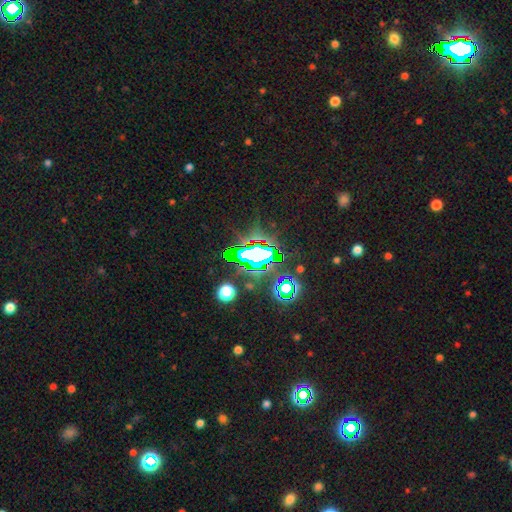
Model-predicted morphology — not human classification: This is likely a star or artifact rather than a galaxy (67%).